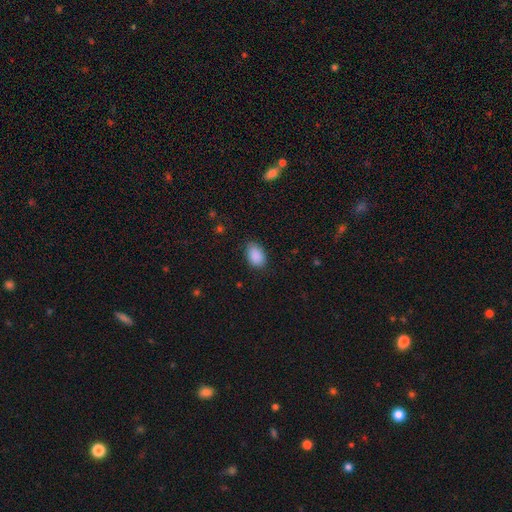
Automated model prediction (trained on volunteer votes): A smooth galaxy with no disk features (89%) that is in between round and cigar-shaped (88%).

Vote fractions:
- Smooth or featured? smooth: 89% / star or artifact: 7% / featured or disk: 3%
- How rounded? in between: 88% / round: 11% / cigar-shaped: 1%
- Merging? none: 80% / minor disturbance: 16% / major disturbance: 3% / merger: 1%